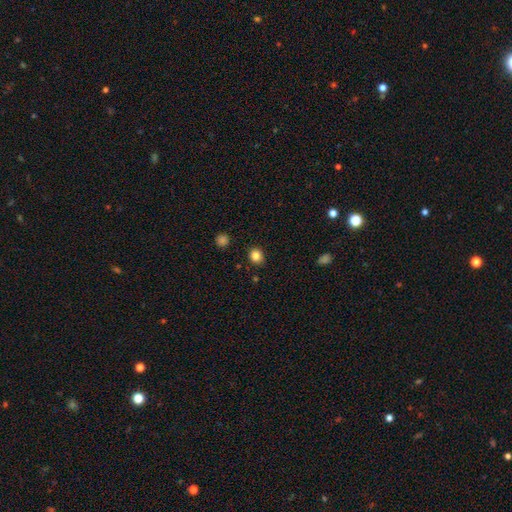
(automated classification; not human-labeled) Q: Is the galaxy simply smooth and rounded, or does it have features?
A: smooth — 84%.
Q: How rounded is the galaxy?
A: round — 78%.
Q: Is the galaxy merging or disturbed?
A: none — 90%.